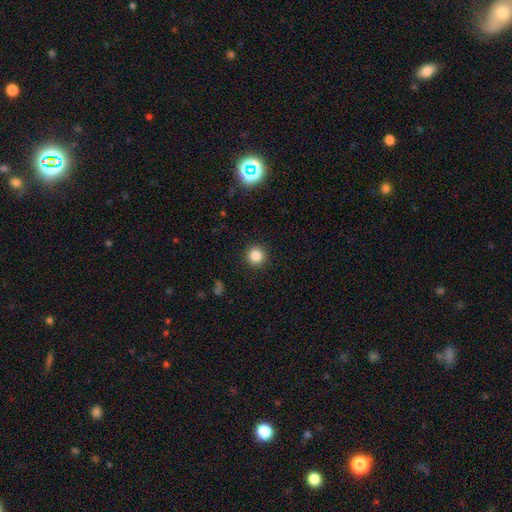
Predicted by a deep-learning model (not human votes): A smooth galaxy with no disk features (85%) that is round (94%). Merging: none (91%).